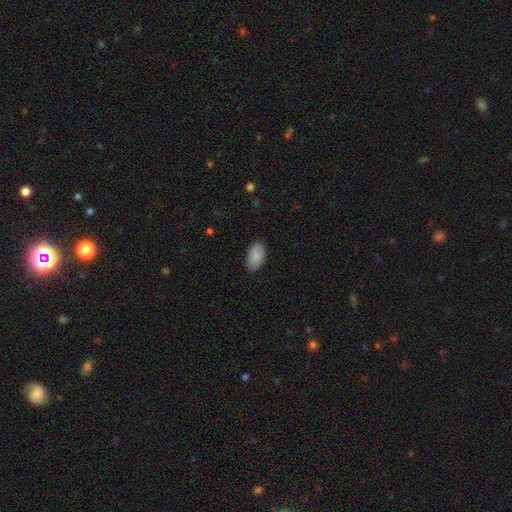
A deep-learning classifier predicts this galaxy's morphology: smooth 87%, featured or disk 6%, star or artifact 6%. Down the decision tree: how rounded — in between (95%); merging — none (86%).